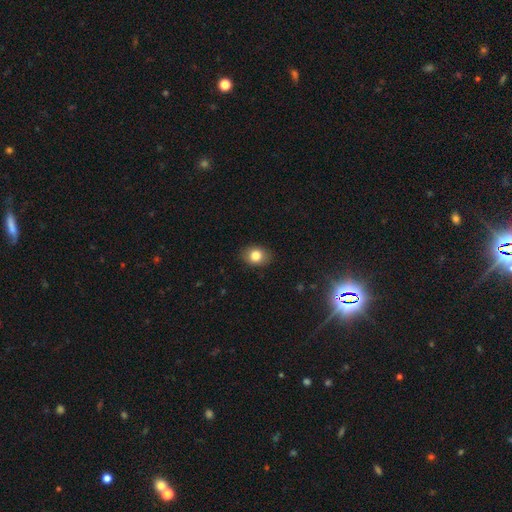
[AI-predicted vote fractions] This is clearly a smooth galaxy (81%). How rounded: possibly in between (57%). Merging: clearly none (87%).